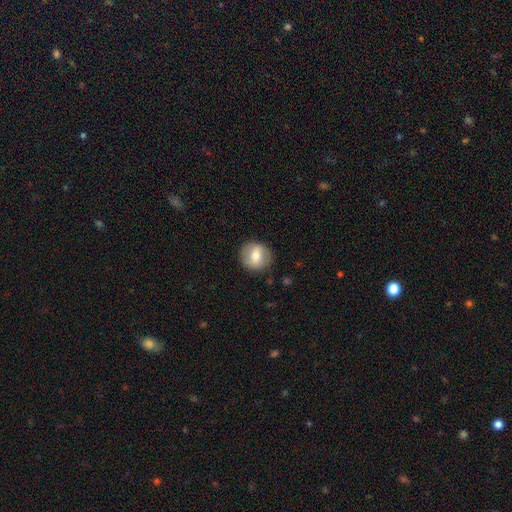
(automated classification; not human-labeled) smooth-or-featured: smooth: 64% | featured or disk: 29% | star or artifact: 8%
  how-rounded: round: 85% | in between: 14% | cigar-shaped: 1%
  merging: none: 86% | minor disturbance: 10% | major disturbance: 3% | merger: 1%